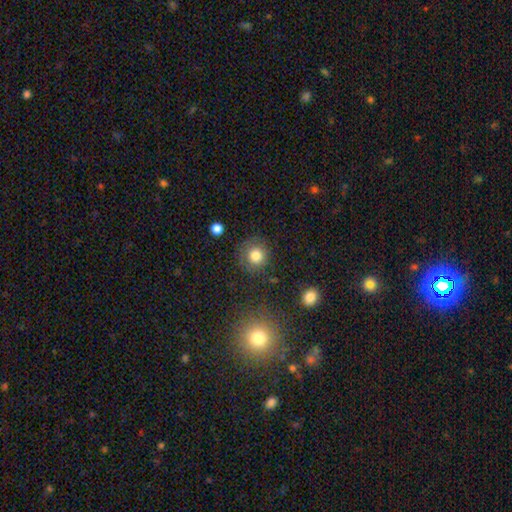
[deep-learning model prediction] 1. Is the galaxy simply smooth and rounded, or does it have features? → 79% smooth, 12% star or artifact, 9% featured or disk.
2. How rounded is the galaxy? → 92% round, 7% in between, 1% cigar-shaped.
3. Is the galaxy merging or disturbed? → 82% none, 12% minor disturbance, 5% major disturbance, 2% merger.